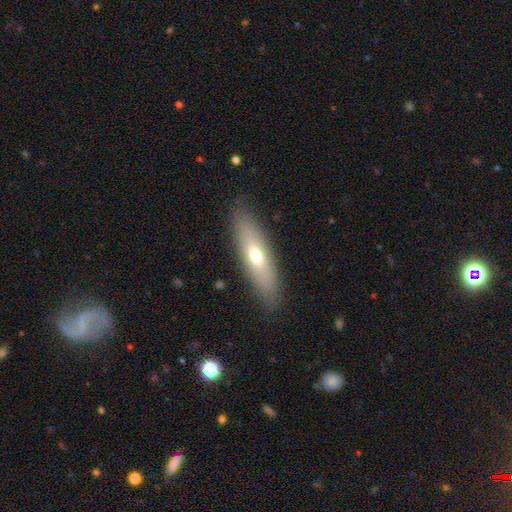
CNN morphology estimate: The model was most divided on "smooth or featured": smooth: 57%, featured or disk: 36%, star or artifact: 7%. More confident: merging — none (87%); how rounded — cigar-shaped (61%).